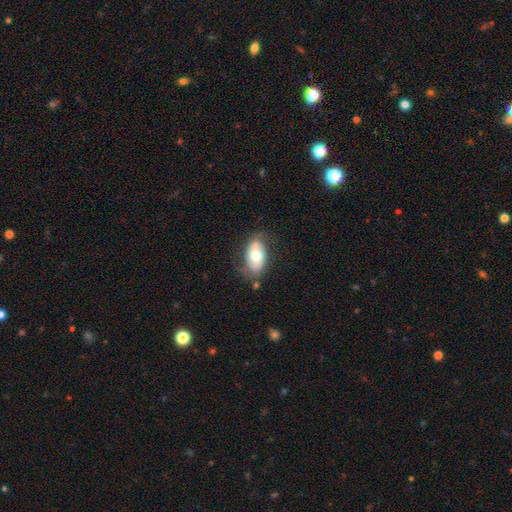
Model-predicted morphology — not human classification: Smooth or featured?
  - smooth: 60% *
  - featured or disk: 33%
  - star or artifact: 7%
How rounded?
  - in between: 91% *
  - round: 6%
  - cigar-shaped: 2%
Merging?
  - none: 69% *
  - minor disturbance: 21%
  - major disturbance: 7%
  - merger: 4%